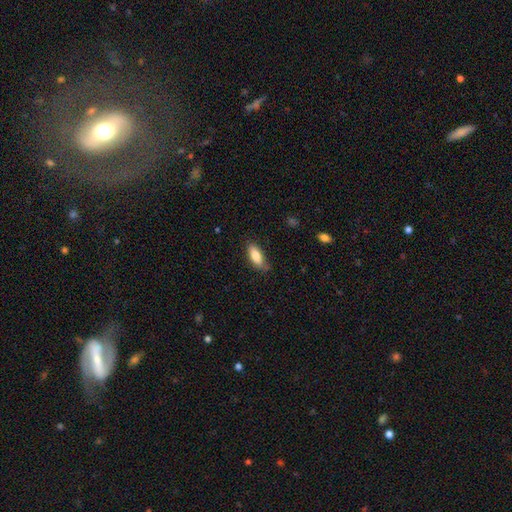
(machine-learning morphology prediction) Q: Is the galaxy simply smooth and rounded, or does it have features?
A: smooth — 81%.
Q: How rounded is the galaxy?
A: in between — 75%.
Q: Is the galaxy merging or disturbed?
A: none — 75%.